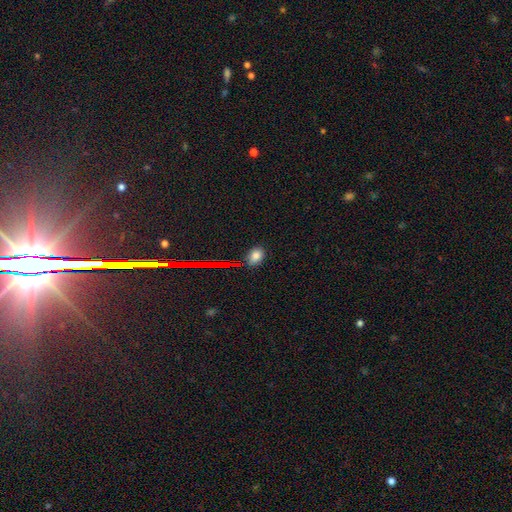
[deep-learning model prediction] smooth_or_featured: smooth (p=0.78) [alt: star or artifact p=0.16]
how_rounded: in between (p=0.71) [alt: round p=0.27]
merging: none (p=0.80) [alt: minor disturbance p=0.14]